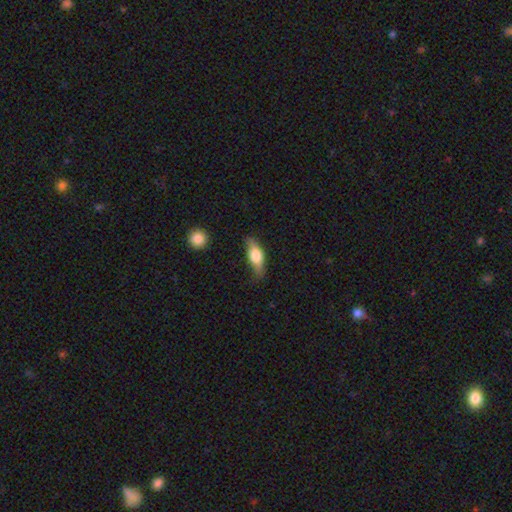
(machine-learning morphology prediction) Smooth or featured: smooth — 62% (featured or disk — 32%)
How rounded: in between — 67% (cigar-shaped — 29%)
Merging: none — 70% (minor disturbance — 23%)